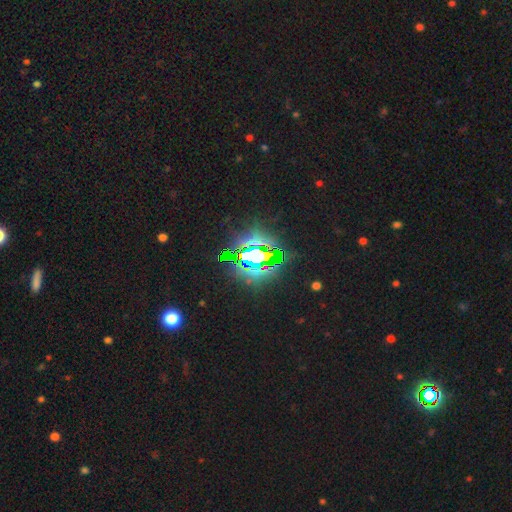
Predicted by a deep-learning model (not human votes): Q: Smooth or featured?
A: star or artifact (79%); runner-up: featured or disk (11%)